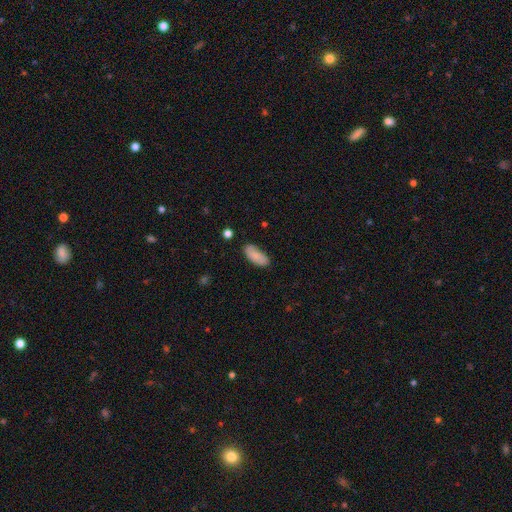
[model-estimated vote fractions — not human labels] Overall: smooth (82%). How rounded: in between (86%). Merging: none (80%).